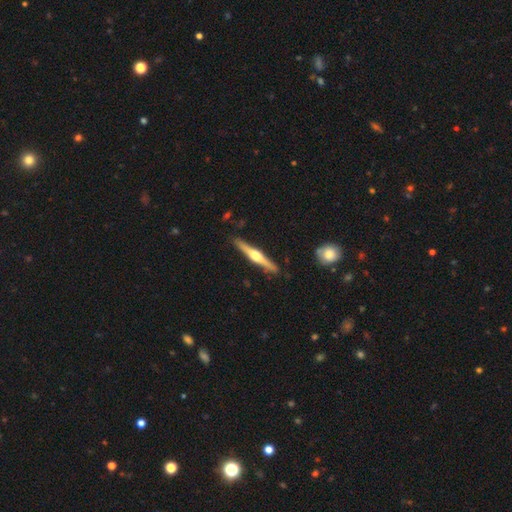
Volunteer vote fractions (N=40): Smooth or featured: featured or disk — 68% (smooth — 22%)
Edge-on disk: yes — 100%
Edge-on bulge: rounded — 100%
Merging: none — 92% (minor disturbance — 6%)